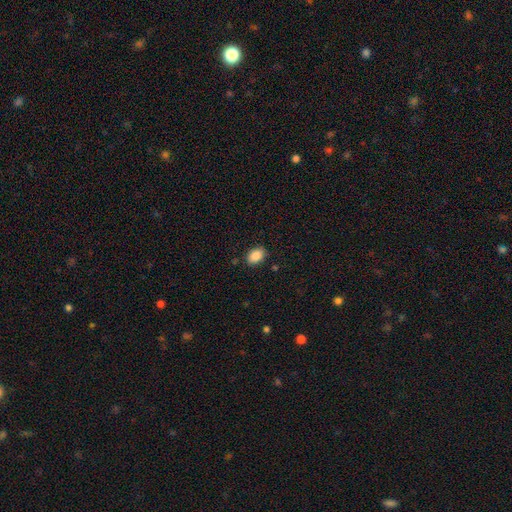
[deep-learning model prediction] Overall: smooth (88%). How rounded: in between (83%). Merging: none (86%).